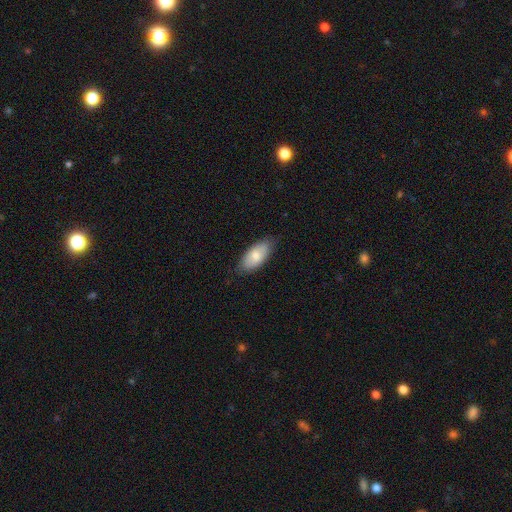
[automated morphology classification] Q: Smooth or featured?
A: smooth (77%); runner-up: featured or disk (18%)
Q: How rounded?
A: in between (91%); runner-up: cigar-shaped (7%)
Q: Merging?
A: none (79%); runner-up: minor disturbance (17%)